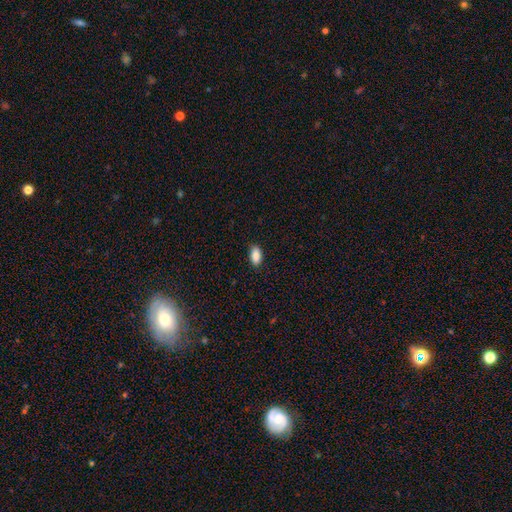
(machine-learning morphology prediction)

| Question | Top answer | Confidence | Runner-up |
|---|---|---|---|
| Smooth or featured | smooth | 89% | star or artifact (7%) |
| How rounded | in between | 92% | cigar-shaped (4%) |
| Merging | none | 87% | minor disturbance (9%) |